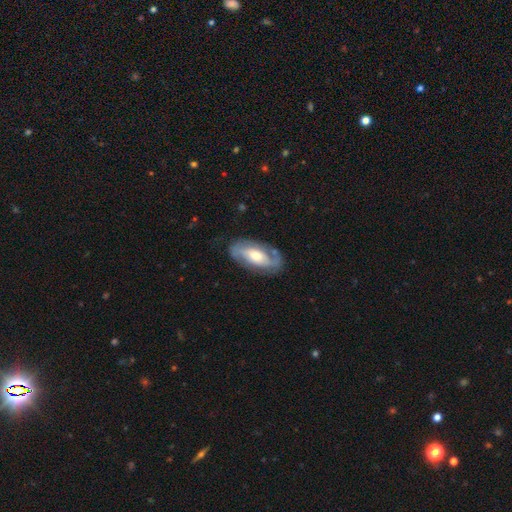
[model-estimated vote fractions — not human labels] Smooth or featured?
  - featured or disk: 72% *
  - smooth: 23%
  - star or artifact: 5%
Edge-on disk?
  - no: 91% *
  - yes: 9%
Bar?
  - no: 43% *
  - weak: 33%
  - strong: 24%
Spiral arms?
  - yes: 82% *
  - no: 18%
Spiral winding?
  - medium: 43% *
  - tight: 33%
  - loose: 25%
Spiral arm count?
  - 2: 83% *
  - can't tell: 11%
  - 1: 4%
  - 3: 1%
  - 4: 1%
  - more than 4: 1%
Bulge size?
  - moderate: 60% *
  - large: 19%
  - small: 18%
  - dominant: 2%
  - none: 2%
Merging?
  - none: 77% *
  - minor disturbance: 15%
  - major disturbance: 5%
  - merger: 2%